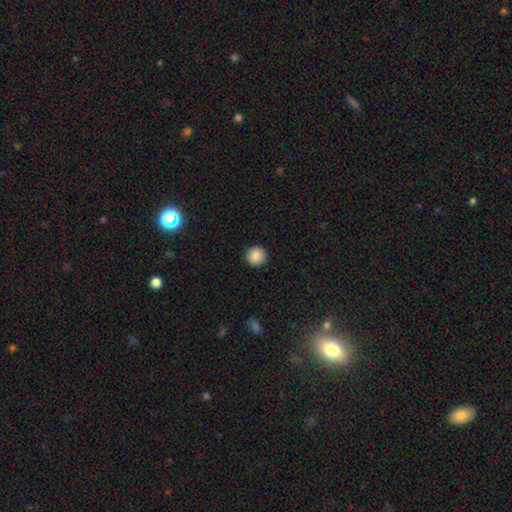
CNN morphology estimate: type=smooth (87%); roundness=round (95%); merging=none (93%).